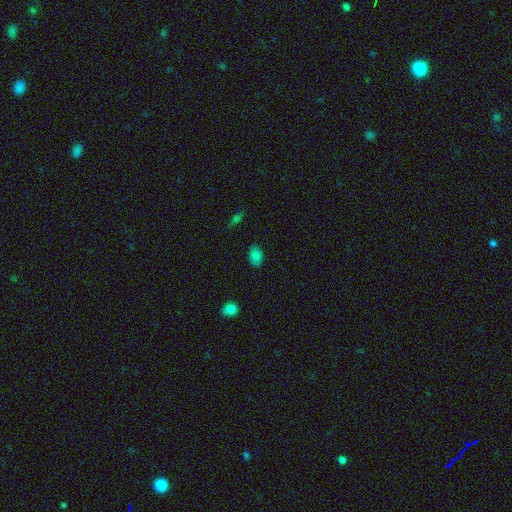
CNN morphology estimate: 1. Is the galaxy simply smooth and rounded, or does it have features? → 79% smooth, 11% featured or disk, 10% star or artifact.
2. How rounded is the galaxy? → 78% in between, 20% round, 1% cigar-shaped.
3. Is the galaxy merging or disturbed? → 85% none, 12% minor disturbance, 2% major disturbance, 1% merger.